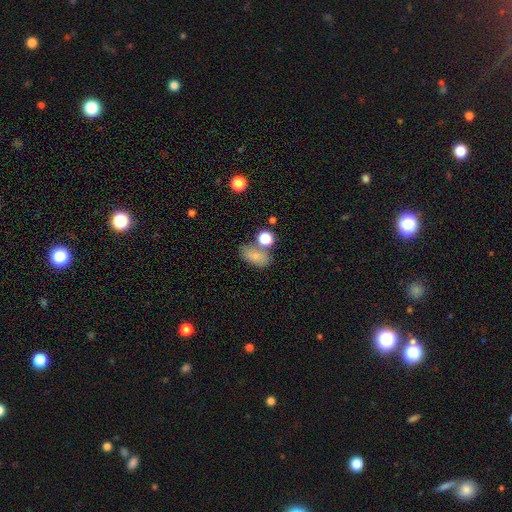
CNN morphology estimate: Smooth or featured? smooth (79%)
How rounded? in between (84%)
Merging? none (52%)